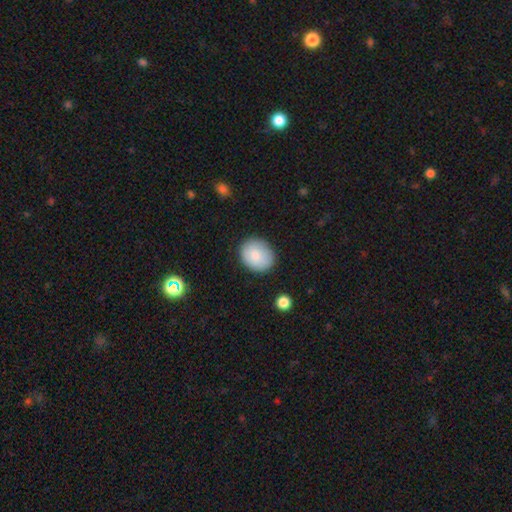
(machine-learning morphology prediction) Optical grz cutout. It shows a smooth galaxy with no disk features (83%) that is round (57%). Merging: none (84%).